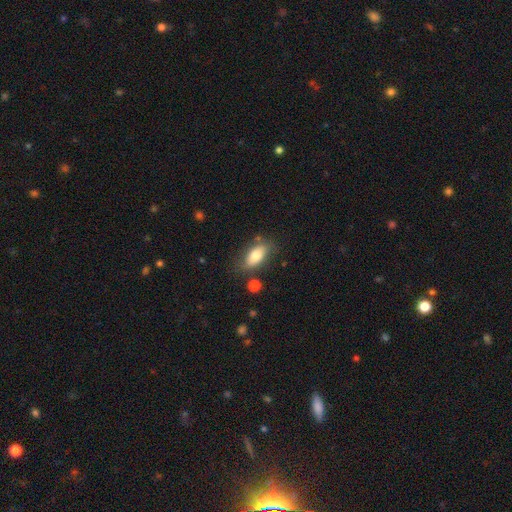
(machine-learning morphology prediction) smooth-or-featured: smooth: 75% | featured or disk: 18% | star or artifact: 7%
  how-rounded: in between: 86% | cigar-shaped: 9% | round: 4%
  merging: none: 74% | minor disturbance: 17% | merger: 5% | major disturbance: 4%